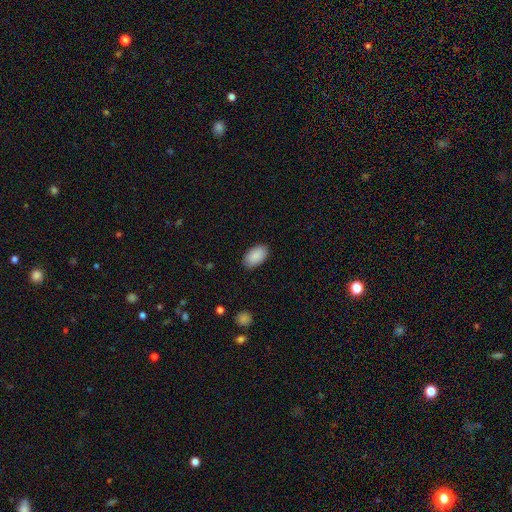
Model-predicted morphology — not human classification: A smooth galaxy with no disk features (90%) that is in between round and cigar-shaped (95%).

Vote fractions:
- Smooth or featured? smooth: 90% / star or artifact: 6% / featured or disk: 4%
- How rounded? in between: 95% / round: 4% / cigar-shaped: 1%
- Merging? none: 87% / minor disturbance: 10% / major disturbance: 2% / merger: 1%